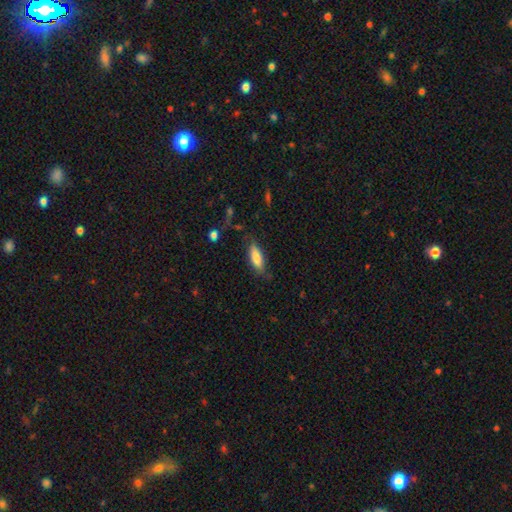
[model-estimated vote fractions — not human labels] smooth_or_featured: smooth (p=0.79) [alt: featured or disk p=0.14]
how_rounded: in between (p=0.62) [alt: cigar-shaped p=0.36]
merging: none (p=0.74) [alt: minor disturbance p=0.18]